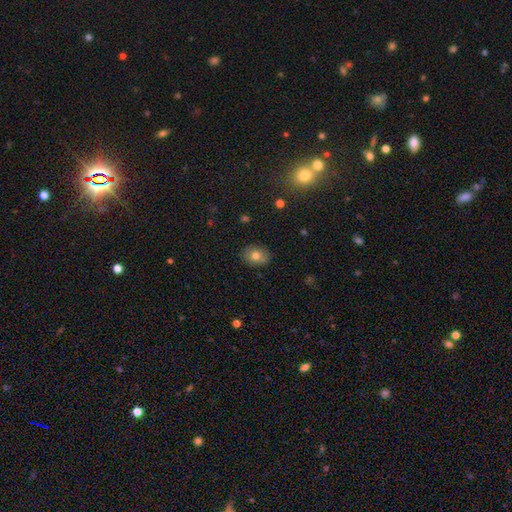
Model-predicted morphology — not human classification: type=smooth (75%); roundness=in between (55%); merging=none (84%).